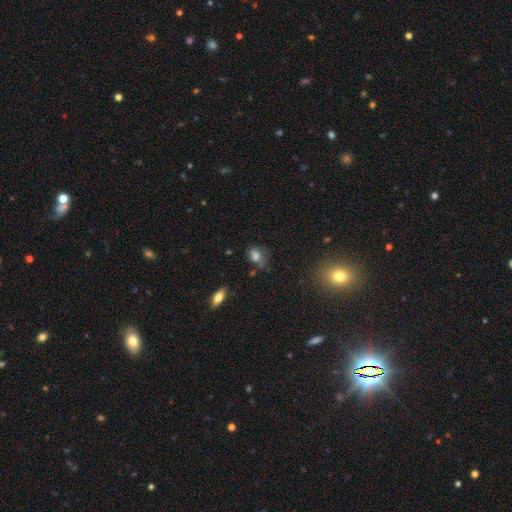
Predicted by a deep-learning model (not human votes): A smooth galaxy with no disk features (73%) that is in between round and cigar-shaped (69%). Merging: none (48%).